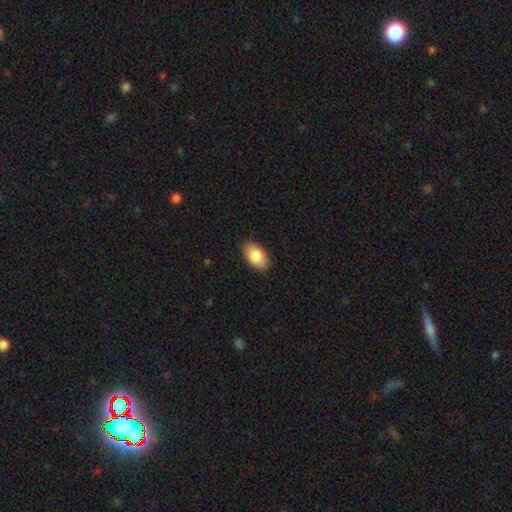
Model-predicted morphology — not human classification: Overall: smooth (84%). How rounded: in between (94%). Merging: none (88%).